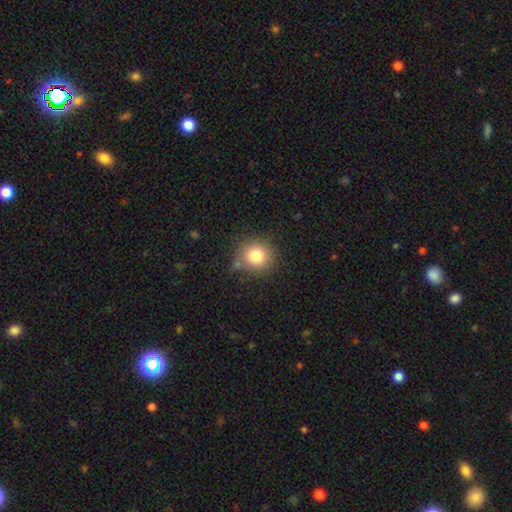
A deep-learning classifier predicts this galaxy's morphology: Smooth or featured? smooth (81%)
How rounded? round (90%)
Merging? none (76%)